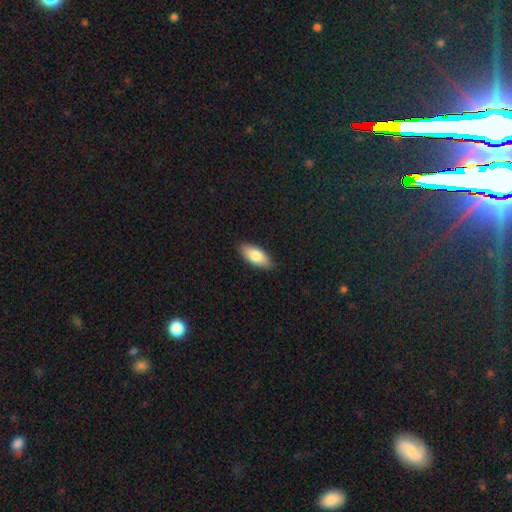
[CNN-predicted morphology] Smooth or featured? Predicted: smooth (p=0.80). How rounded? Predicted: in between (p=0.85). Merging? Predicted: none (p=0.89).